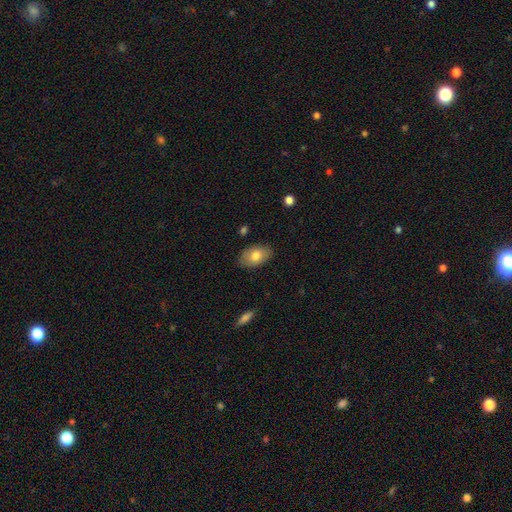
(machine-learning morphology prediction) smooth 76%, featured or disk 18%, star or artifact 6%. Down the decision tree: how rounded — in between (92%); merging — none (81%).